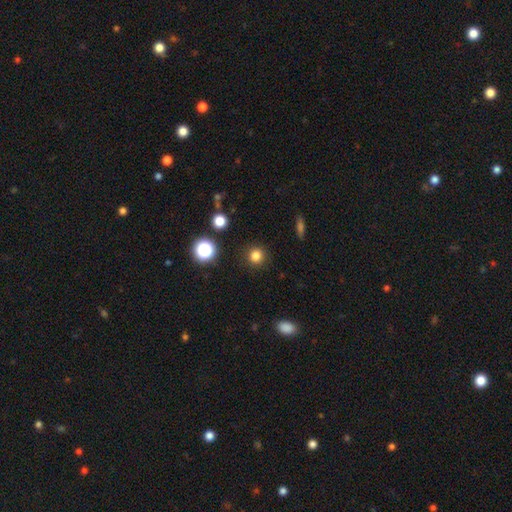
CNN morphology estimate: type=smooth (81%); roundness=round (93%); merging=none (91%).